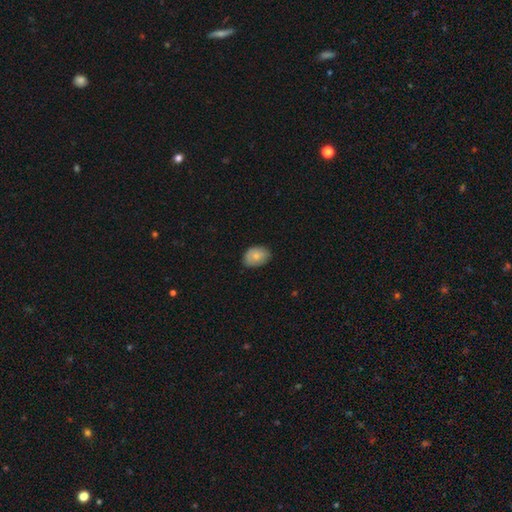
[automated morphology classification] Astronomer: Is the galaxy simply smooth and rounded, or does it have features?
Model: smooth — 78%.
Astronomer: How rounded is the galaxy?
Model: in between — 72%.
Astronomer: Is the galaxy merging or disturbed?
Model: none — 73%.